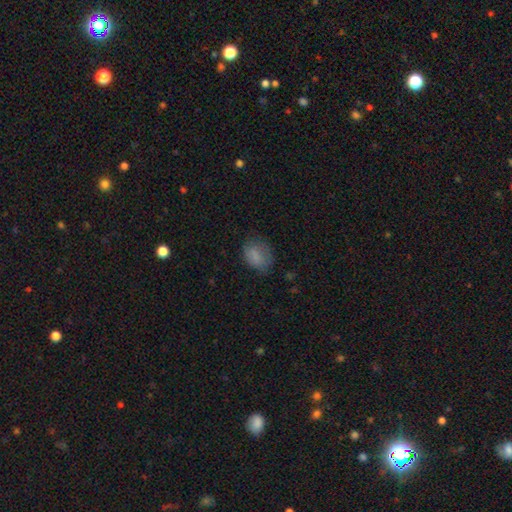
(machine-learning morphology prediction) smooth-or-featured: smooth: 79% | featured or disk: 11% | star or artifact: 10%
  how-rounded: in between: 70% | round: 29% | cigar-shaped: 1%
  merging: none: 62% | minor disturbance: 26% | major disturbance: 11% | merger: 1%